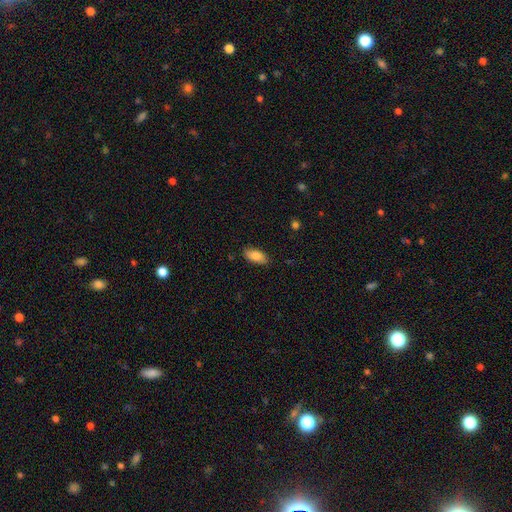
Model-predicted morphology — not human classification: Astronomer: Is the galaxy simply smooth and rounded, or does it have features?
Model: smooth — 84%.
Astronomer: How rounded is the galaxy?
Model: in between — 89%.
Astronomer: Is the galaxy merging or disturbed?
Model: none — 85%.